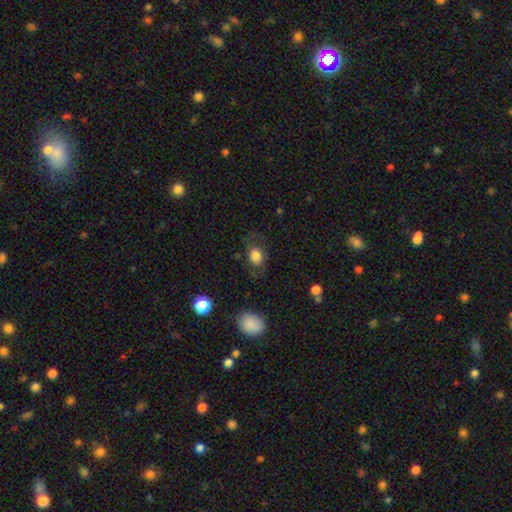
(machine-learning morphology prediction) smooth-or-featured: smooth: 72% | featured or disk: 20% | star or artifact: 9%
  how-rounded: in between: 56% | round: 43% | cigar-shaped: 1%
  merging: none: 70% | minor disturbance: 16% | major disturbance: 12% | merger: 2%